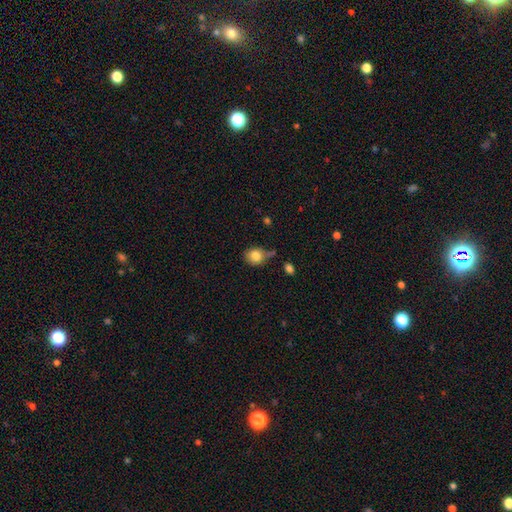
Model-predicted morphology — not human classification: type=smooth (83%); roundness=round (67%); merging=none (60%).